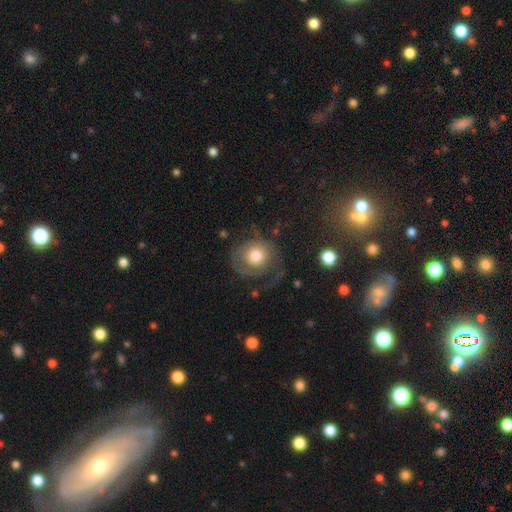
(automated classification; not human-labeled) Overall: featured or disk (50%; smooth 42%). Edge-on disk: no (97%). Merging: none (51%; major disturbance 28%).